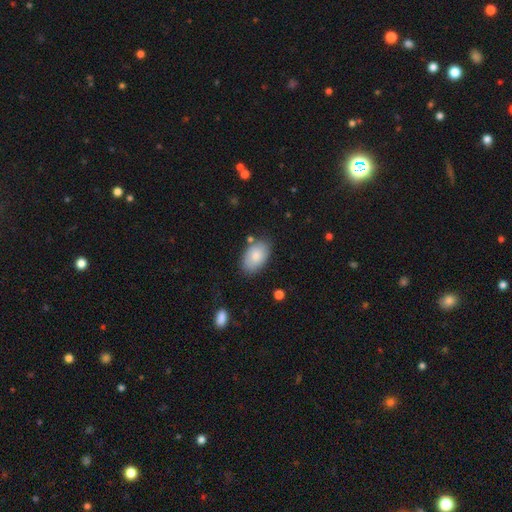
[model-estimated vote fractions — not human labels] Smooth or featured?
  - smooth: 81% *
  - featured or disk: 13%
  - star or artifact: 6%
How rounded?
  - in between: 92% *
  - round: 7%
  - cigar-shaped: 1%
Merging?
  - none: 77% *
  - minor disturbance: 16%
  - merger: 4%
  - major disturbance: 3%